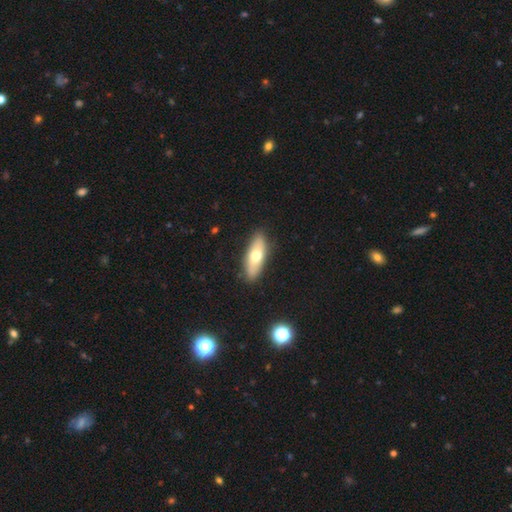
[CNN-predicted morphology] type=smooth (62%); roundness=in between (66%); merging=none (87%).